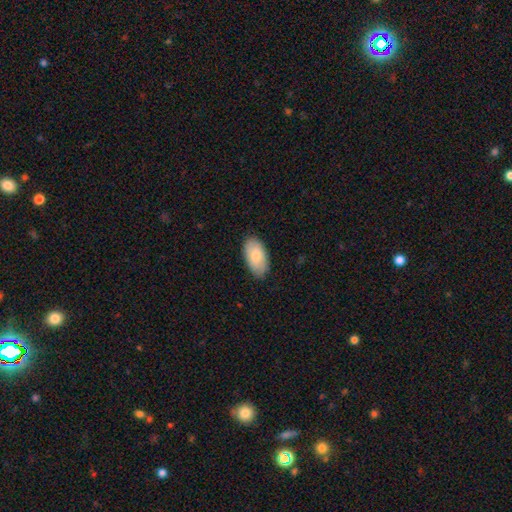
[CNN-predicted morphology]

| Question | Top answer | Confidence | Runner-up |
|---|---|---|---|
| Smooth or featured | smooth | 82% | featured or disk (13%) |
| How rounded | in between | 95% | round (3%) |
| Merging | none | 84% | minor disturbance (13%) |